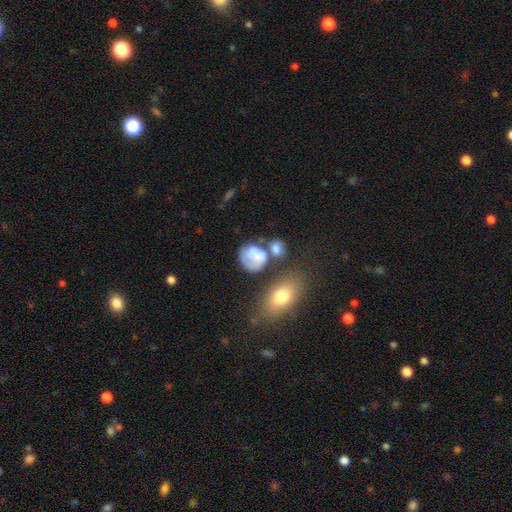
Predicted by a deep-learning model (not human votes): Morphology: type=smooth (66%); roundness=in between (50%); merging=none (33%).